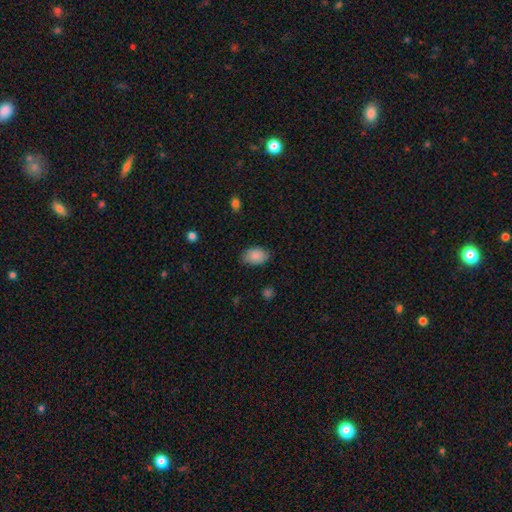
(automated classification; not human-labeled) smooth_or_featured: smooth (p=0.87) [alt: star or artifact p=0.07]
how_rounded: in between (p=0.87) [alt: round p=0.12]
merging: none (p=0.78) [alt: minor disturbance p=0.18]